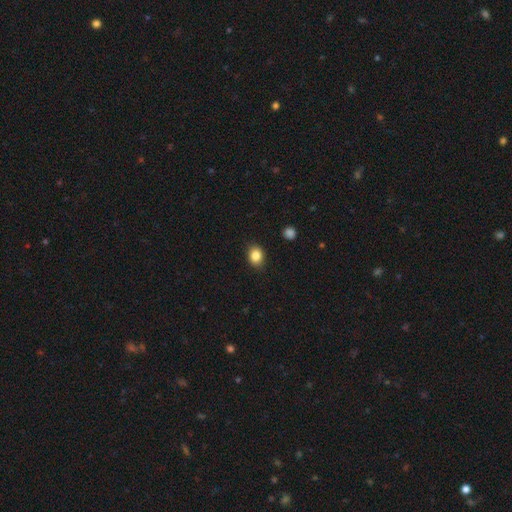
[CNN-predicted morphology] A smooth galaxy with no disk features (85%) that is in between round and cigar-shaped (53%).

Vote fractions:
- Smooth or featured? smooth: 85% / star or artifact: 9% / featured or disk: 6%
- How rounded? in between: 53% / round: 47% / cigar-shaped: 1%
- Merging? none: 89% / minor disturbance: 8% / major disturbance: 2% / merger: 1%